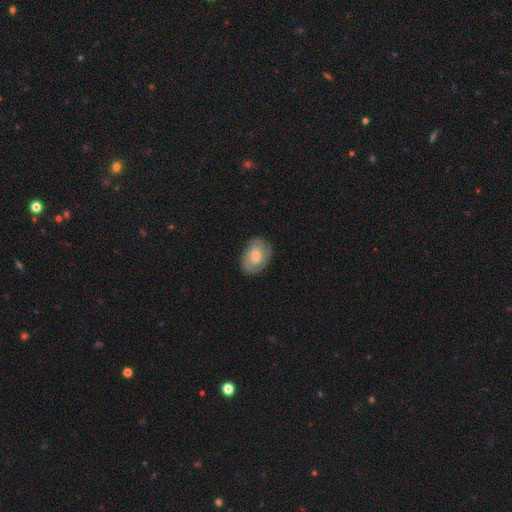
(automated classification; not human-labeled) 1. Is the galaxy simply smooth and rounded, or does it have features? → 65% featured or disk, 28% smooth, 7% star or artifact.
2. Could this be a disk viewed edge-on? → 96% no, 4% yes.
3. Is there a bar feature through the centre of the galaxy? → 50% no, 41% weak, 9% strong.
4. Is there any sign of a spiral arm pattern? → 87% yes, 13% no.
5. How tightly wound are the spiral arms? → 56% tight, 34% medium, 10% loose.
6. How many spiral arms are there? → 63% 2, 22% can't tell, 7% 3, 5% 1, 2% 4, 2% more than 4.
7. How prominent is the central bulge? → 52% moderate, 38% small, 6% large, 3% none, 1% dominant.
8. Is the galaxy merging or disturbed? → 79% none, 16% minor disturbance, 5% major disturbance, 1% merger.